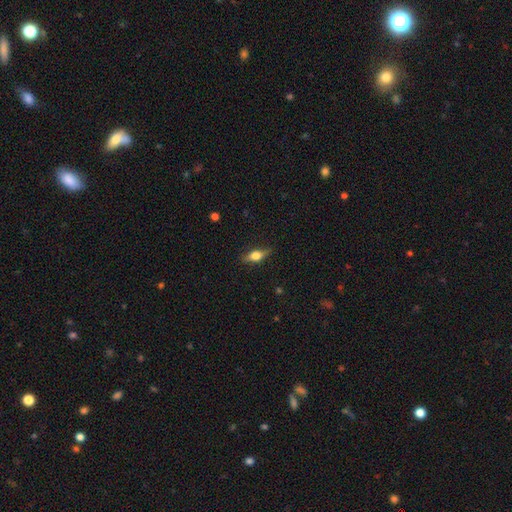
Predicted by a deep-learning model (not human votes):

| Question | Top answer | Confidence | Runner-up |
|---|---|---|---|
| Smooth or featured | smooth | 54% | featured or disk (38%) |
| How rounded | in between | 66% | cigar-shaped (27%) |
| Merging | none | 83% | minor disturbance (13%) |